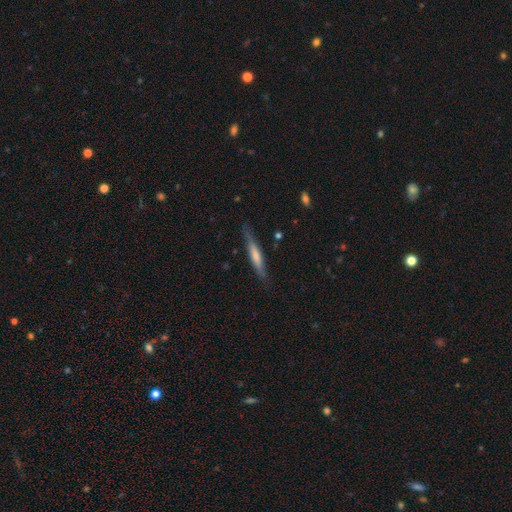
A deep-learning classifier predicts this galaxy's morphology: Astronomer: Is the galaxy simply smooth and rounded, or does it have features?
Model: smooth — 54% (runner-up: featured or disk, 40%).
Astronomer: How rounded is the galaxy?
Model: cigar-shaped — 91%.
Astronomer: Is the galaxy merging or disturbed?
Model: none — 78%.